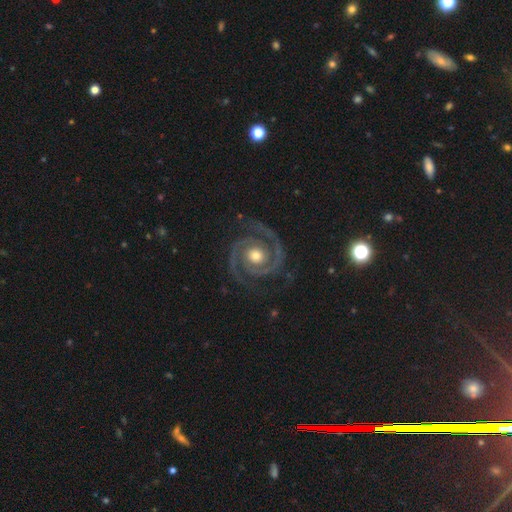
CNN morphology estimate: This is clearly a featured or disk galaxy (93%). It is clearly not viewed edge-on (98%). Bar: likely no (76%). Spiral arm pattern: clearly yes (99%). Spiral arm count: clearly 2 (92%). Spiral winding: likely tight (63%). Central bulge: likely moderate (72%). Merging: clearly none (84%).